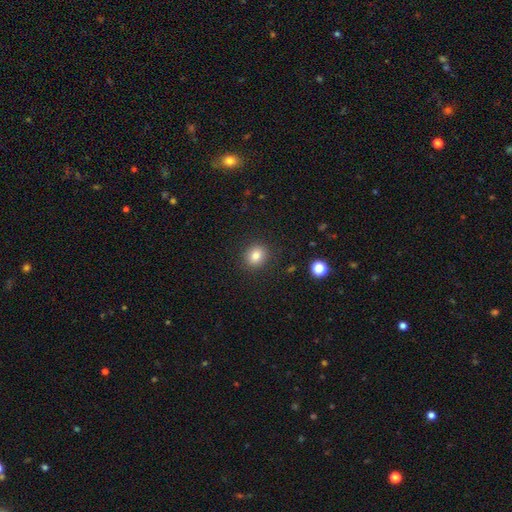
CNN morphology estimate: This is clearly a smooth galaxy (82%). How rounded: likely round (79%). Merging: clearly none (89%).